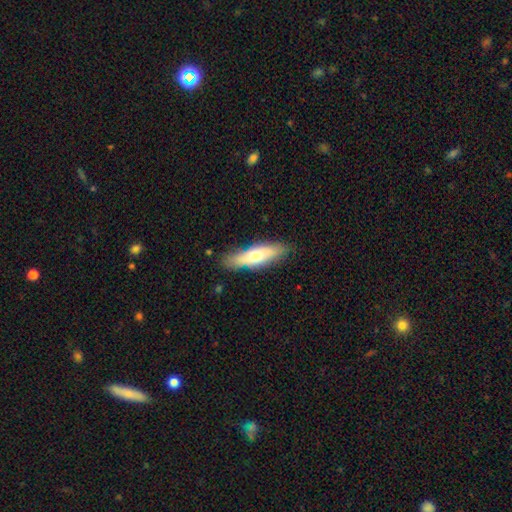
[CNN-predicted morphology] The model was most divided on "how rounded": cigar-shaped: 55%, in between: 43%, round: 2%. More confident: merging — none (82%); smooth or featured — smooth (60%).